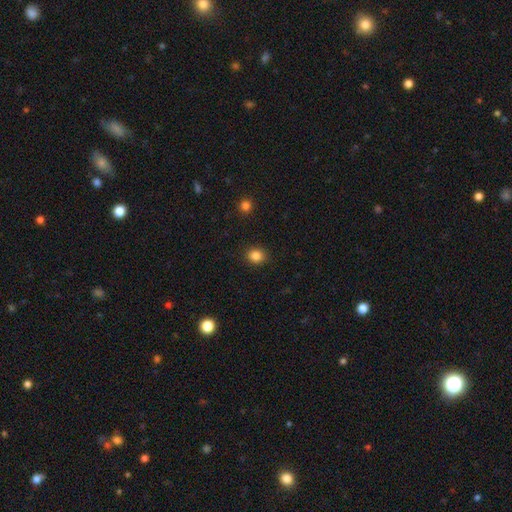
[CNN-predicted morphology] smooth 84%, star or artifact 11%, featured or disk 5%. Down the decision tree: how rounded — round (74%); merging — none (90%).